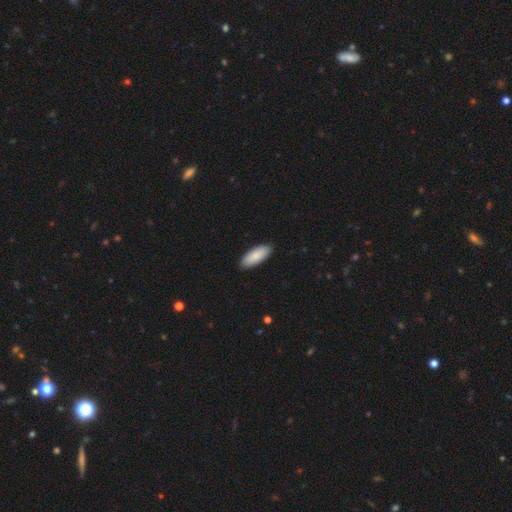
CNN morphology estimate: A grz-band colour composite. It shows a smooth galaxy with no disk features (88%) that is in between round and cigar-shaped (82%). Merging: none (90%).